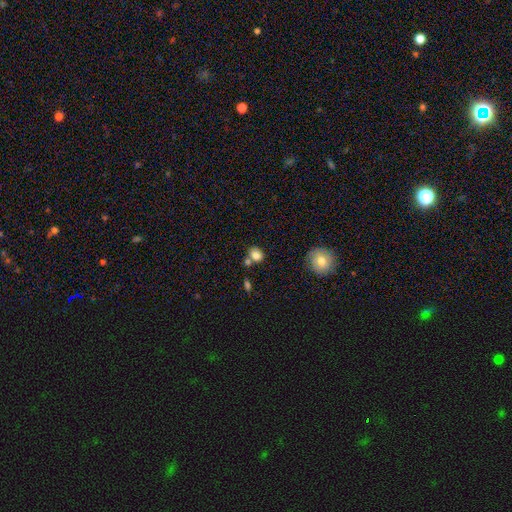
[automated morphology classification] Smooth or featured: smooth — 79% (star or artifact — 10%)
How rounded: round — 57% (in between — 42%)
Merging: none — 55% (merger — 27%)